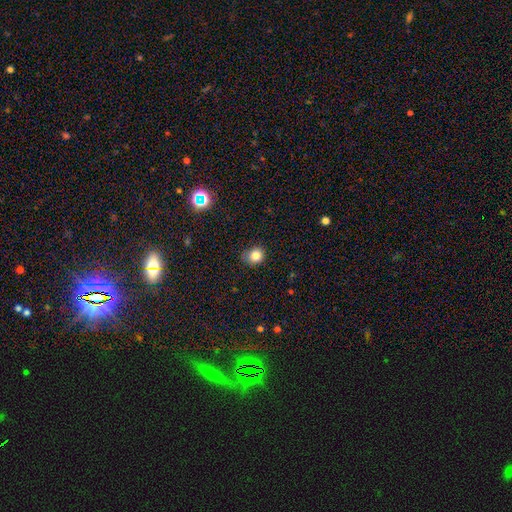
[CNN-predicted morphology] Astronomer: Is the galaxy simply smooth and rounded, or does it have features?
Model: smooth — 81%.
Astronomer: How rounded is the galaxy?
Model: round — 73%.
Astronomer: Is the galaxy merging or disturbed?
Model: none — 69%.